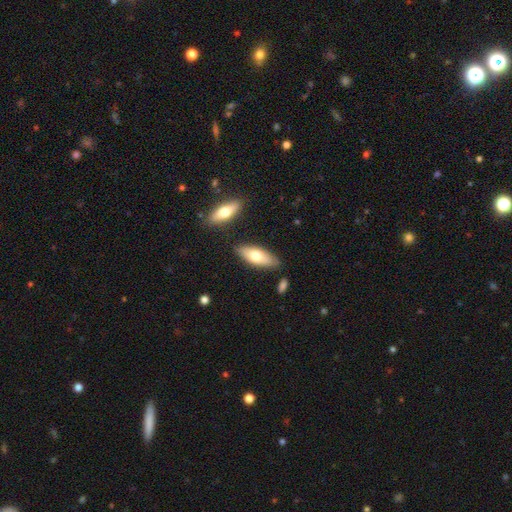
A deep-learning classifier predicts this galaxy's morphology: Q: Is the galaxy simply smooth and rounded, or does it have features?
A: smooth — 68%.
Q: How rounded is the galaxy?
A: in between — 71%.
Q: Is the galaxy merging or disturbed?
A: none — 81%.